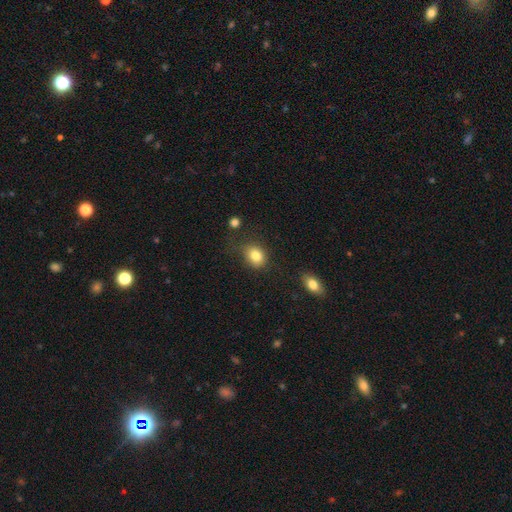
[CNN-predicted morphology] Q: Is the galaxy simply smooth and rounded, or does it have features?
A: smooth — 83%.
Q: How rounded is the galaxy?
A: round — 54%.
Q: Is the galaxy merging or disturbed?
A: none — 71%.